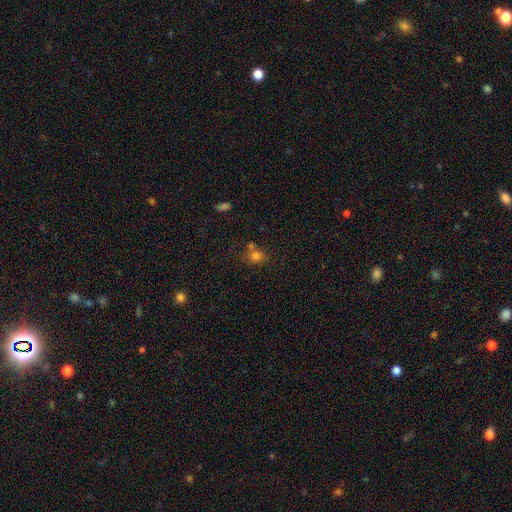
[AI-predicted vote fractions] smooth 77%, star or artifact 15%, featured or disk 9%. Down the decision tree: how rounded — round (66%); merging — none (56%).